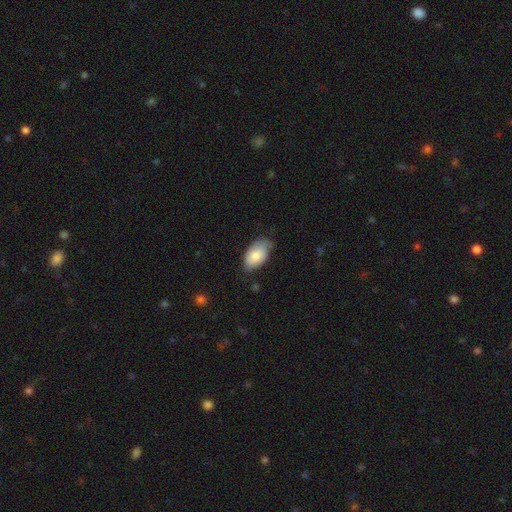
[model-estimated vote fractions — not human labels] smooth_or_featured: smooth (p=0.79) [alt: featured or disk p=0.15]
how_rounded: in between (p=0.94) [alt: round p=0.04]
merging: none (p=0.58) [alt: minor disturbance p=0.35]